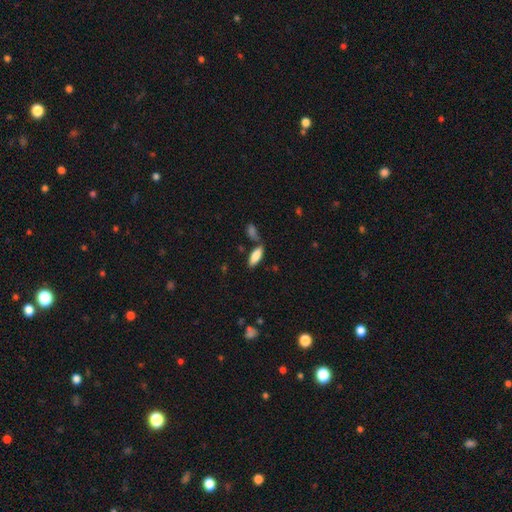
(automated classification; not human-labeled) This is clearly a smooth galaxy (84%). How rounded: likely in between (74%). Merging: likely none (67%).